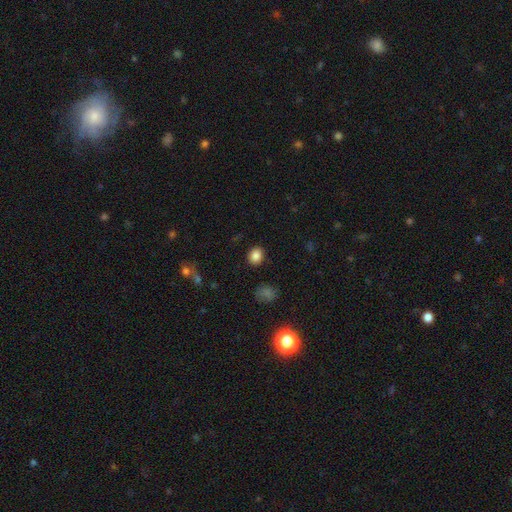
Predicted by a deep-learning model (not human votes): smooth 85%, star or artifact 10%, featured or disk 4%. Down the decision tree: how rounded — round (58%); merging — none (89%).